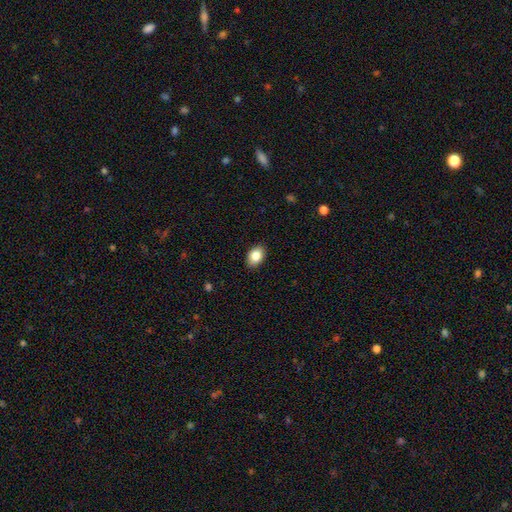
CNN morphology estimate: smooth 84%, featured or disk 8%, star or artifact 8%. Down the decision tree: how rounded — in between (81%); merging — none (88%).